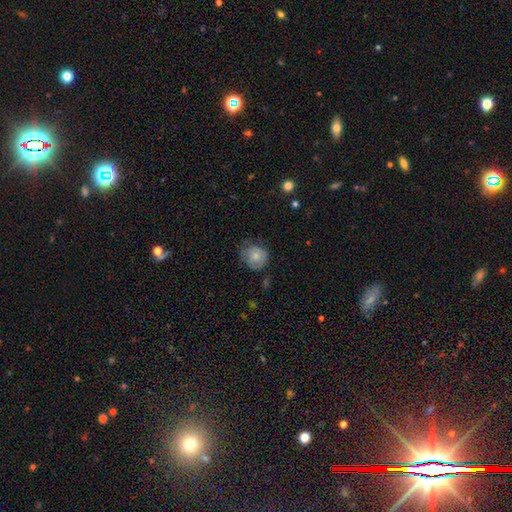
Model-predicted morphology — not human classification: A smooth galaxy with no disk features (74%) that is round (82%).

Vote fractions:
- Smooth or featured? smooth: 74% / featured or disk: 19% / star or artifact: 8%
- How rounded? round: 82% / in between: 17% / cigar-shaped: 1%
- Merging? none: 53% / minor disturbance: 34% / major disturbance: 11% / merger: 2%